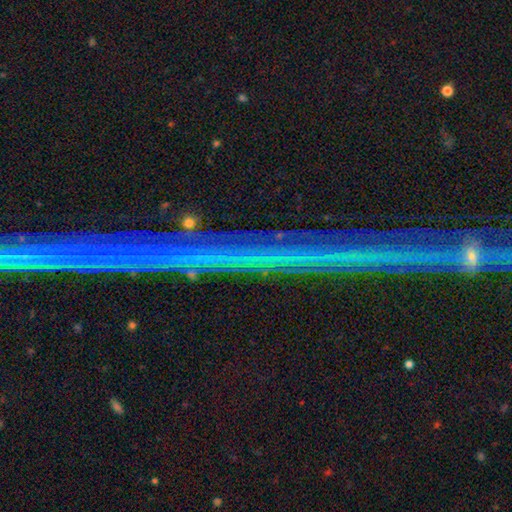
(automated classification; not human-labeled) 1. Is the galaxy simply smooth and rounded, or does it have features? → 79% star or artifact, 13% featured or disk, 8% smooth.